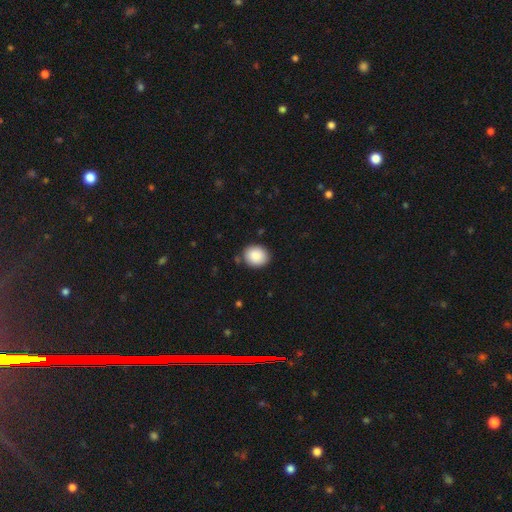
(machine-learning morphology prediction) type=smooth (89%); roundness=round (71%); merging=none (86%).